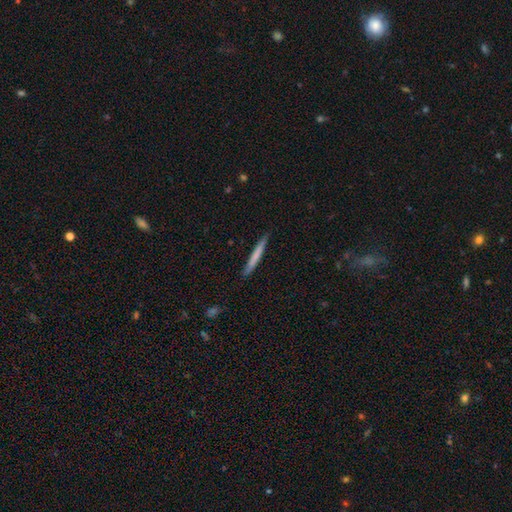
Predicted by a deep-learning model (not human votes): Smooth or featured?
  - smooth: 66% *
  - featured or disk: 28%
  - star or artifact: 5%
How rounded?
  - cigar-shaped: 97% *
  - in between: 2%
  - round: 1%
Merging?
  - none: 88% *
  - minor disturbance: 9%
  - major disturbance: 1%
  - merger: 1%